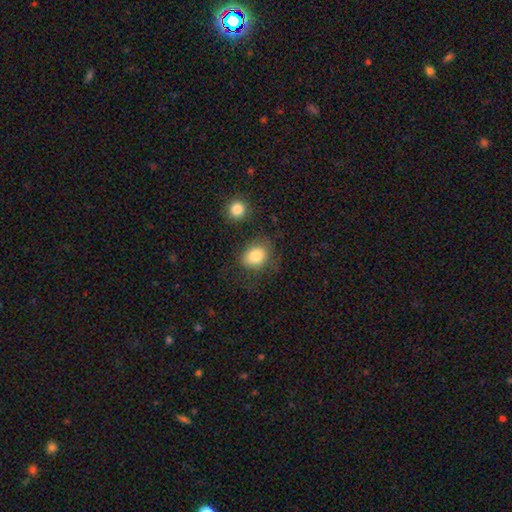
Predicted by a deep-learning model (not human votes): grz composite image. It shows a smooth galaxy with no disk features (82%) that is in between round and cigar-shaped (54%). Merging: none (68%).